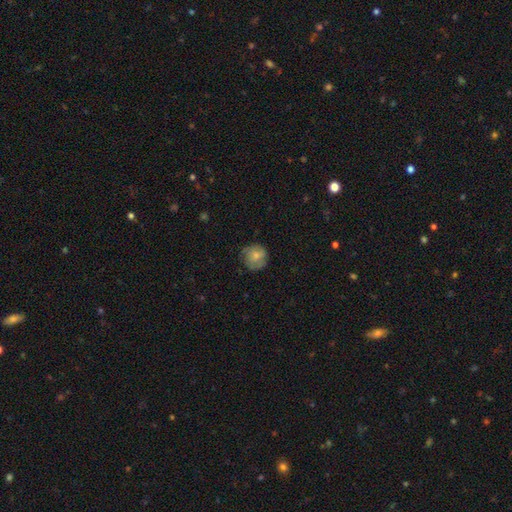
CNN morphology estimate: Smooth or featured? Predicted: smooth (p=0.67). How rounded? Predicted: round (p=0.87). Merging? Predicted: none (p=0.70).